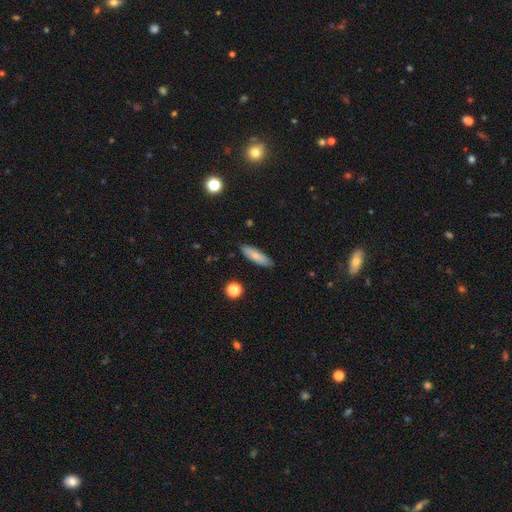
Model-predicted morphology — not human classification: type=smooth (76%); roundness=cigar-shaped (50%); merging=none (85%).